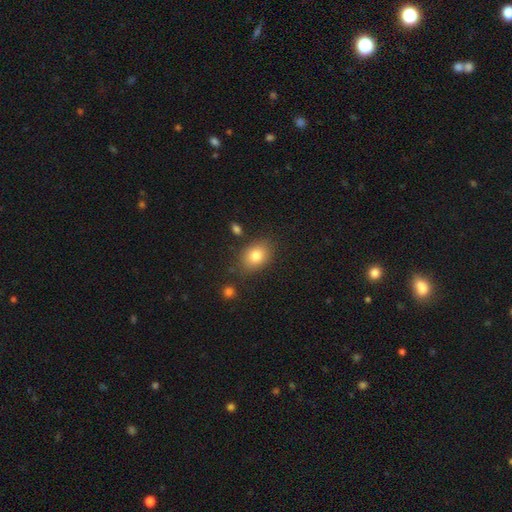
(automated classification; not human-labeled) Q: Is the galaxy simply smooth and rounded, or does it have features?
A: smooth — 81%.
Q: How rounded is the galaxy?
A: in between — 73%.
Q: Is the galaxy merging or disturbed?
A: none — 77%.